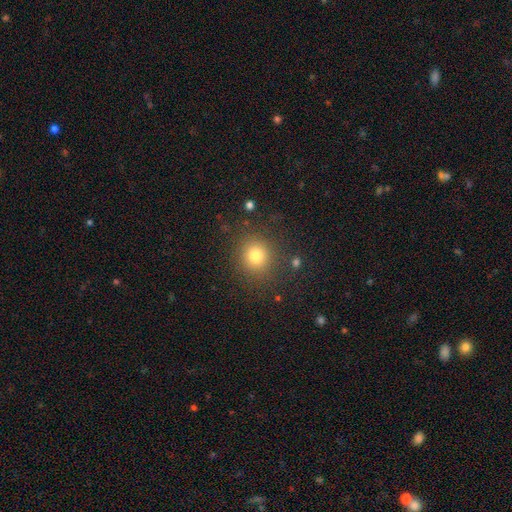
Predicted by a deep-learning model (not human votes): This is likely a smooth galaxy (78%). How rounded: clearly round (89%). Merging: clearly none (85%).